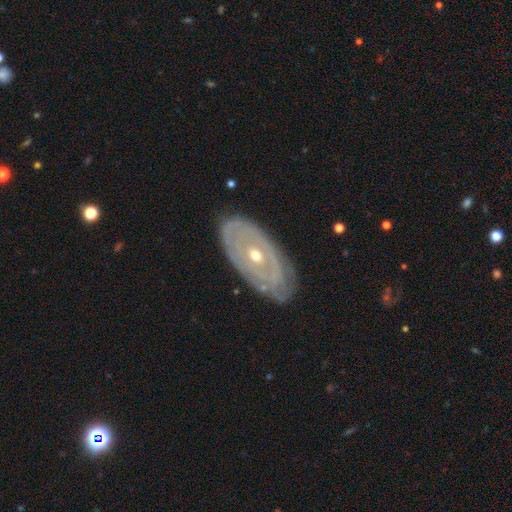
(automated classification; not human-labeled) The model was most divided on "bulge size": moderate: 54%, small: 43%, large: 2%, dominant: 1%, none: 1%. More confident: edge-on disk — no (90%); bar — no (82%); smooth or featured — featured or disk (79%); merging — none (76%); spiral arms — yes (56%).